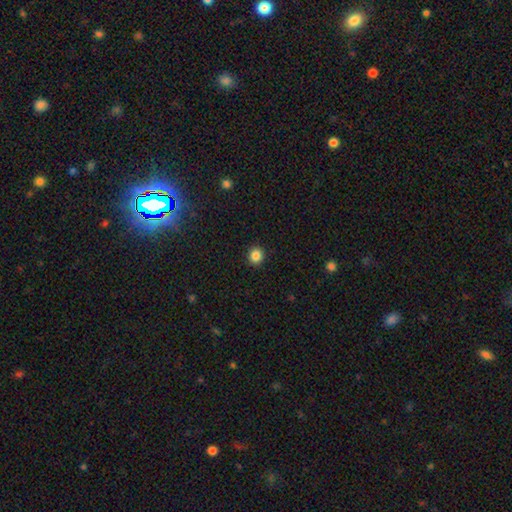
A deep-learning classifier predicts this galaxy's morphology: A smooth galaxy with no disk features (86%) that is round (86%). Merging: none (92%).